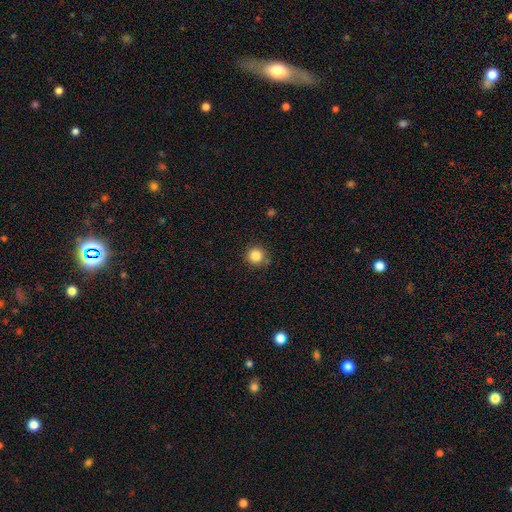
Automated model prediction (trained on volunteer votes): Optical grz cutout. It shows a smooth galaxy with no disk features (85%) that is round (93%). Merging: none (82%).